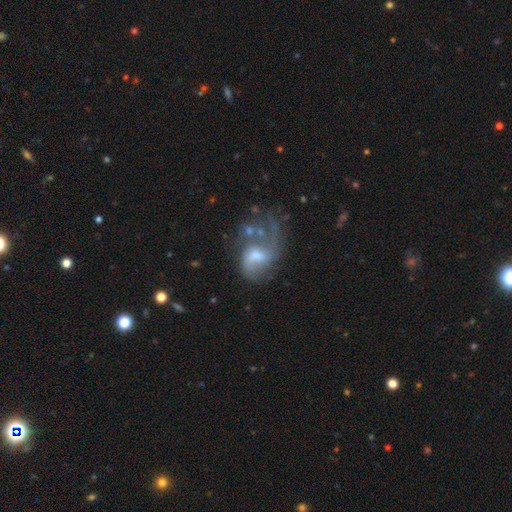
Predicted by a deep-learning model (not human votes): This is likely a featured or disk galaxy (68%). It is clearly not viewed edge-on (97%). Bar: possibly no (48%). Spiral arm pattern: likely yes (78%). Spiral arm count: possibly 2 (49%). Spiral winding: possibly loose (55%). Central bulge: possibly moderate (52%). Merging: marginally major disturbance (35%).